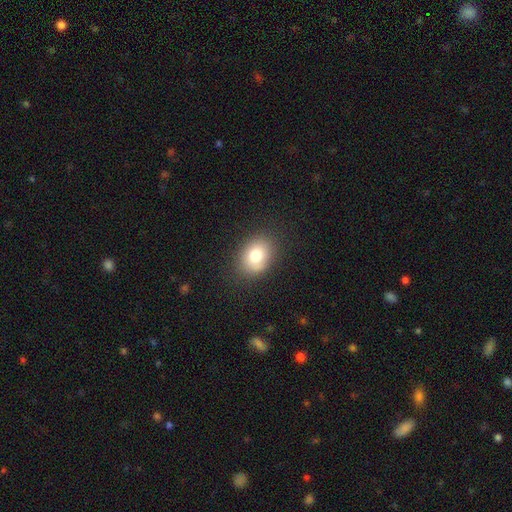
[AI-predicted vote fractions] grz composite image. It shows a smooth galaxy with no disk features (79%) that is in between round and cigar-shaped (63%). Merging: none (83%).